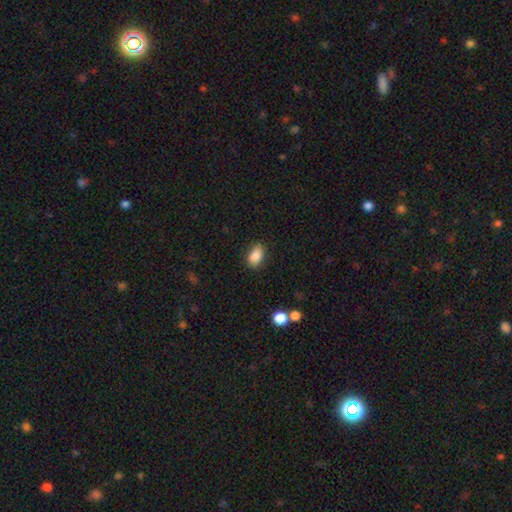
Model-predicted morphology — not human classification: A smooth galaxy with no disk features (87%) that is in between round and cigar-shaped (86%).

Vote fractions:
- Smooth or featured? smooth: 87% / star or artifact: 8% / featured or disk: 5%
- How rounded? in between: 86% / round: 12% / cigar-shaped: 2%
- Merging? none: 83% / minor disturbance: 12% / major disturbance: 3% / merger: 2%